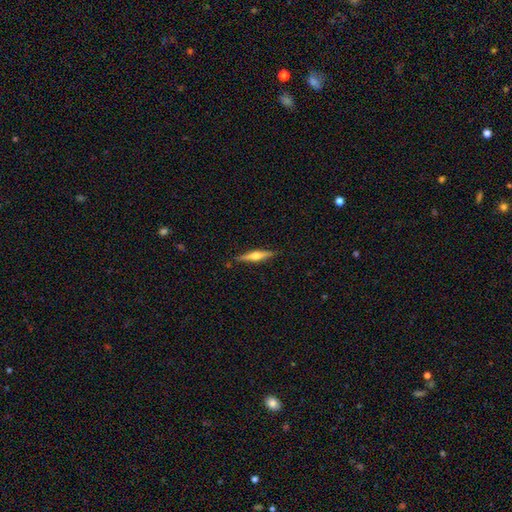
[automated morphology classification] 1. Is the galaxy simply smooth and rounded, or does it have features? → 66% featured or disk, 28% smooth, 5% star or artifact.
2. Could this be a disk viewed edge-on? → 97% yes, 3% no.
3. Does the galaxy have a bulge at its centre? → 91% rounded, 5% boxy, 3% none.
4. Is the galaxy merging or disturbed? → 88% none, 9% minor disturbance, 2% major disturbance, 1% merger.